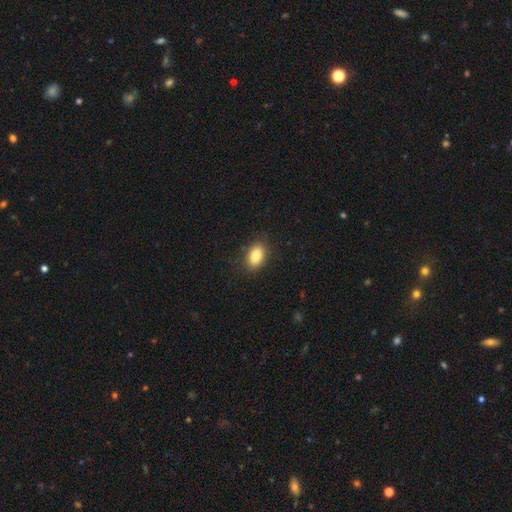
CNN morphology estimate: smooth-or-featured: smooth: 85% | star or artifact: 8% | featured or disk: 7%
  how-rounded: in between: 87% | round: 11% | cigar-shaped: 2%
  merging: none: 85% | minor disturbance: 11% | major disturbance: 3% | merger: 1%